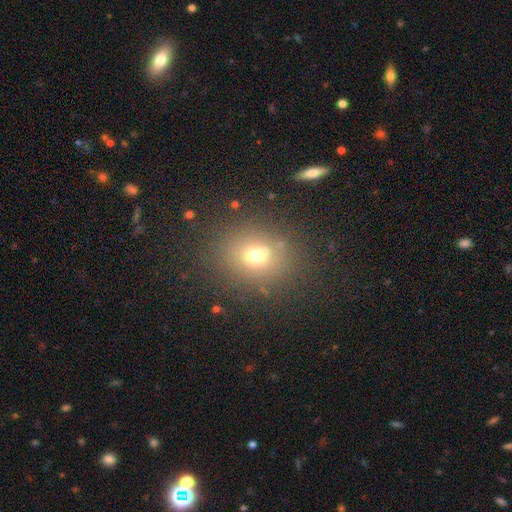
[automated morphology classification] The model was most divided on "how rounded": round: 63%, in between: 36%, cigar-shaped: 1%. More confident: merging — none (76%); smooth or featured — smooth (66%).